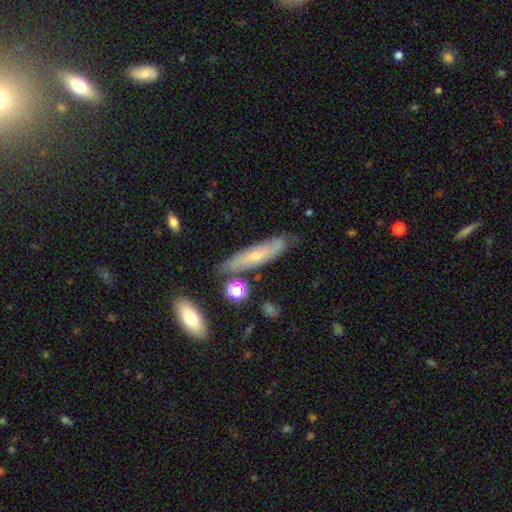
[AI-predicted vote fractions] Q: Smooth or featured?
A: smooth (47%); runner-up: featured or disk (46%)
Q: Merging?
A: none (65%); runner-up: minor disturbance (24%)